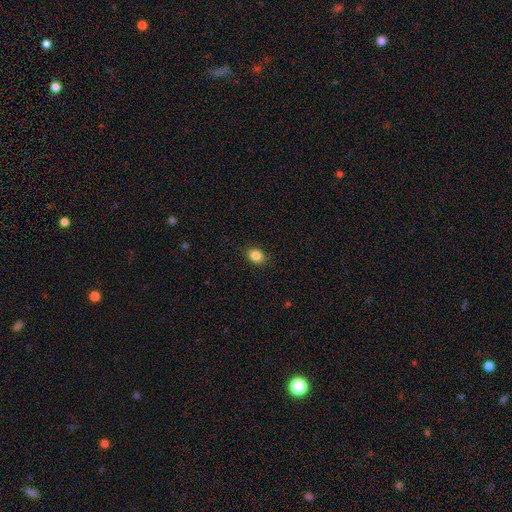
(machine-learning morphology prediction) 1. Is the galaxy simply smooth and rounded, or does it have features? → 85% smooth, 10% star or artifact, 5% featured or disk.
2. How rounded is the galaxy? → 63% in between, 36% round, 1% cigar-shaped.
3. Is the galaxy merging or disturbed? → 87% none, 10% minor disturbance, 2% major disturbance, 1% merger.